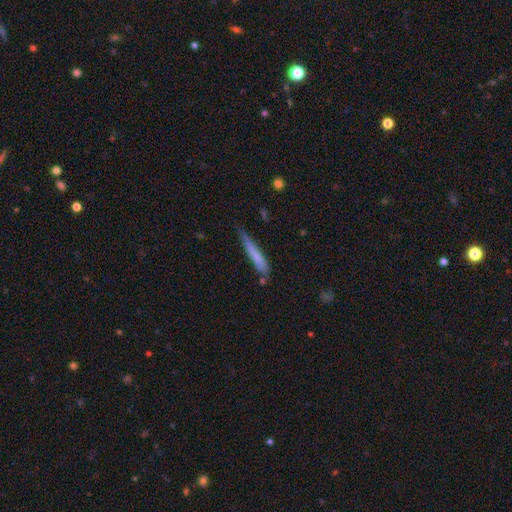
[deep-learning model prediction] smooth_or_featured: smooth (p=0.70) [alt: featured or disk p=0.23]
how_rounded: cigar-shaped (p=0.93) [alt: in between p=0.06]
merging: none (p=0.58) [alt: minor disturbance p=0.29]